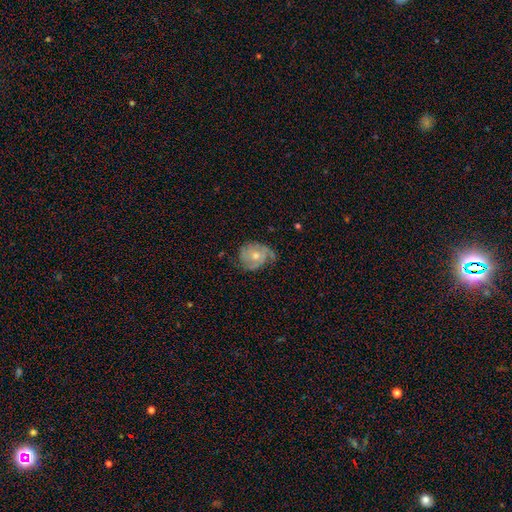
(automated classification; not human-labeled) This appears to be a featured or disk galaxy (65%) with no bar (80%), tight (49%) spiral arms (86%) and a moderate central bulge (56%). Merging: none (54%).